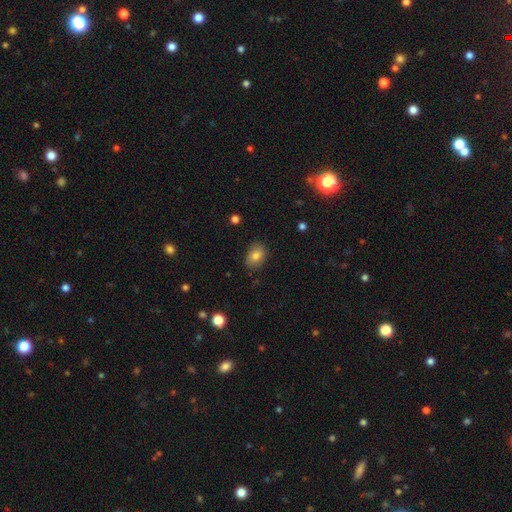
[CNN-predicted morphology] A smooth galaxy with no disk features (81%) that is in between round and cigar-shaped (78%).

Vote fractions:
- Smooth or featured? smooth: 81% / featured or disk: 9% / star or artifact: 9%
- How rounded? in between: 78% / round: 21% / cigar-shaped: 1%
- Merging? none: 83% / minor disturbance: 13% / major disturbance: 3% / merger: 1%